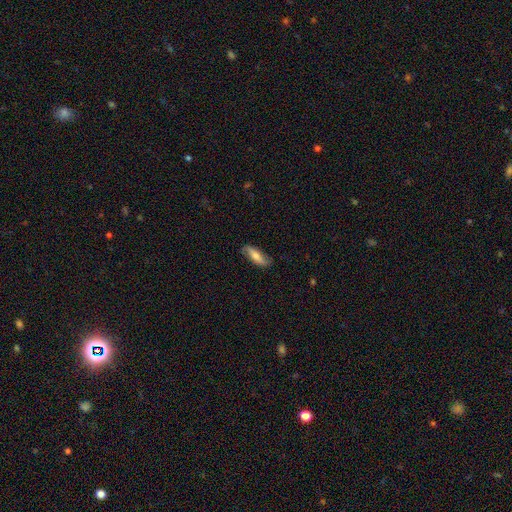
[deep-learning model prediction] smooth_or_featured: smooth (p=0.56) [alt: featured or disk p=0.37]
how_rounded: in between (p=0.56) [alt: cigar-shaped p=0.42]
merging: none (p=0.77) [alt: minor disturbance p=0.18]